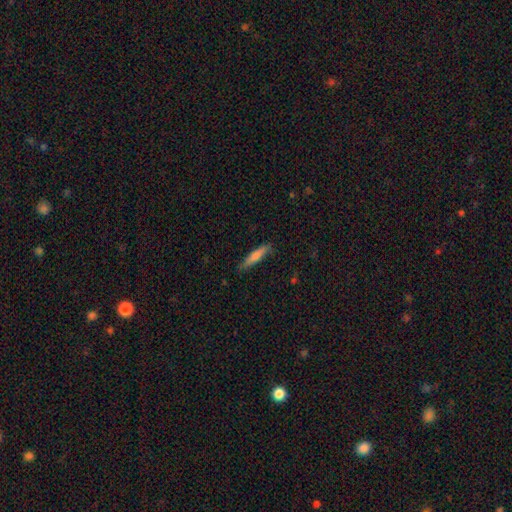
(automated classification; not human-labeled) A smooth galaxy with no disk features (67%) that is cigar-shaped (89%).

Vote fractions:
- Smooth or featured? smooth: 67% / featured or disk: 27% / star or artifact: 6%
- How rounded? cigar-shaped: 89% / in between: 10% / round: 1%
- Merging? none: 83% / minor disturbance: 13% / major disturbance: 2% / merger: 1%